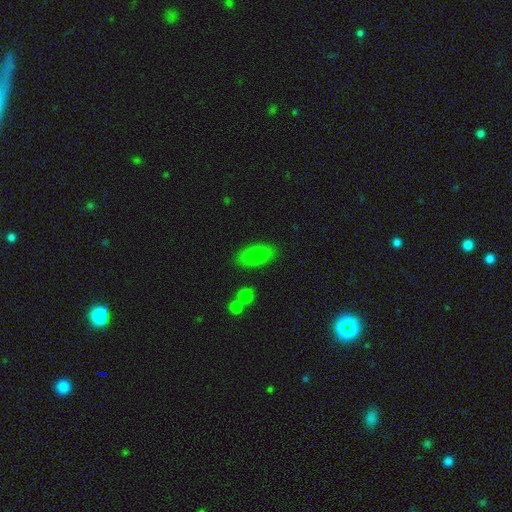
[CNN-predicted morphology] Overall: smooth (78%). How rounded: in between (89%). Merging: none (82%).